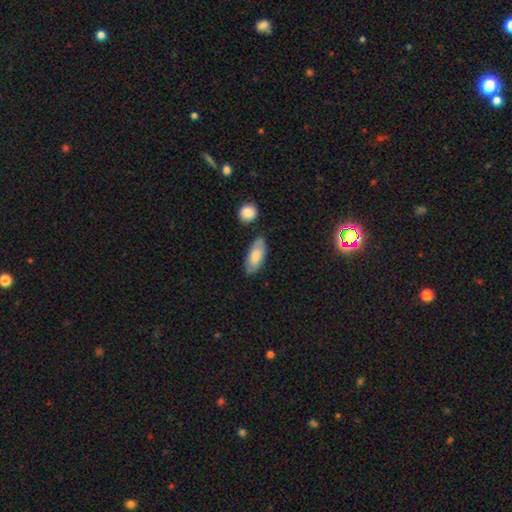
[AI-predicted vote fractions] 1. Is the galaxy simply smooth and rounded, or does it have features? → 74% smooth, 20% featured or disk, 6% star or artifact.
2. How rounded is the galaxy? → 87% in between, 11% cigar-shaped, 3% round.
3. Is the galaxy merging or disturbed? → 76% none, 16% minor disturbance, 5% merger, 3% major disturbance.